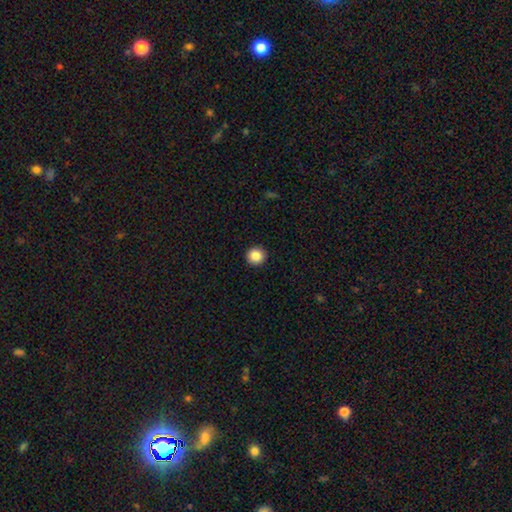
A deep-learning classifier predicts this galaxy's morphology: A smooth galaxy with no disk features (86%) that is round (94%).

Vote fractions:
- Smooth or featured? smooth: 86% / star or artifact: 9% / featured or disk: 5%
- How rounded? round: 94% / in between: 5% / cigar-shaped: 1%
- Merging? none: 93% / minor disturbance: 4% / major disturbance: 1% / merger: 1%